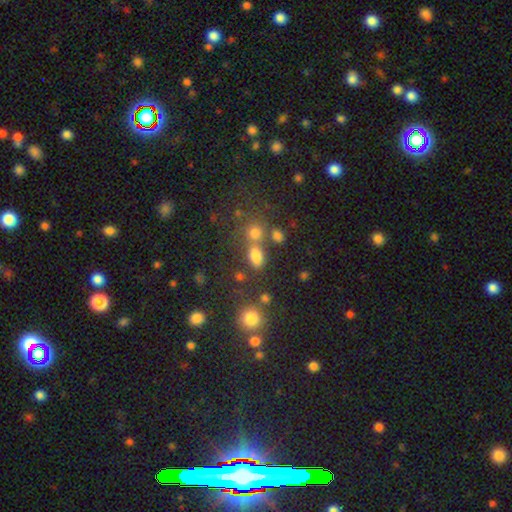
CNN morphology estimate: A smooth galaxy with no disk features (75%) that is in between round and cigar-shaped (75%). Merging: none (56%).